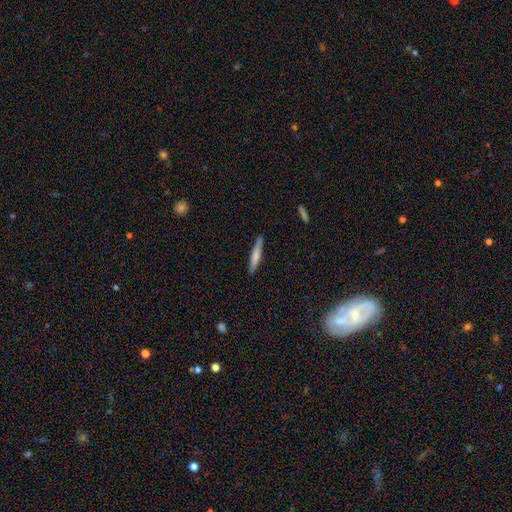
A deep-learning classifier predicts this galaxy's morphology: Smooth or featured? Predicted: smooth (p=0.69). How rounded? Predicted: cigar-shaped (p=0.93). Merging? Predicted: none (p=0.88).